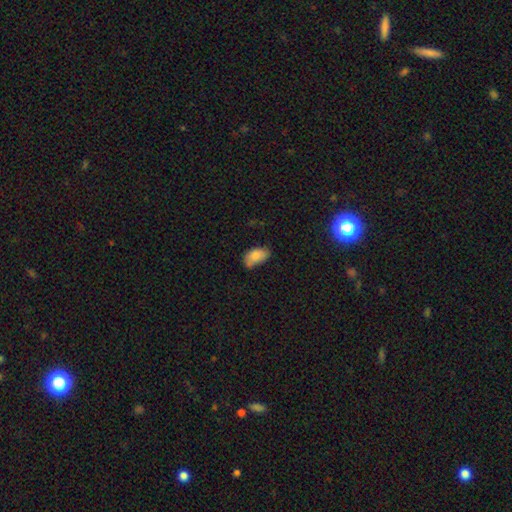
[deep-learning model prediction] Morphology: type=smooth (83%); roundness=in between (93%); merging=none (56%).